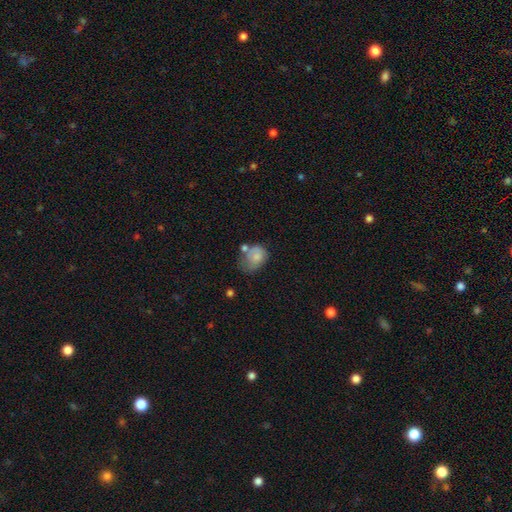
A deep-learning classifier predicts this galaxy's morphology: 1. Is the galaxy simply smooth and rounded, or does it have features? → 71% smooth, 20% featured or disk, 9% star or artifact.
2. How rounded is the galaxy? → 61% in between, 38% round, 1% cigar-shaped.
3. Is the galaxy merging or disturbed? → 30% minor disturbance (tied), 30% none (tied), 21% major disturbance, 19% merger.